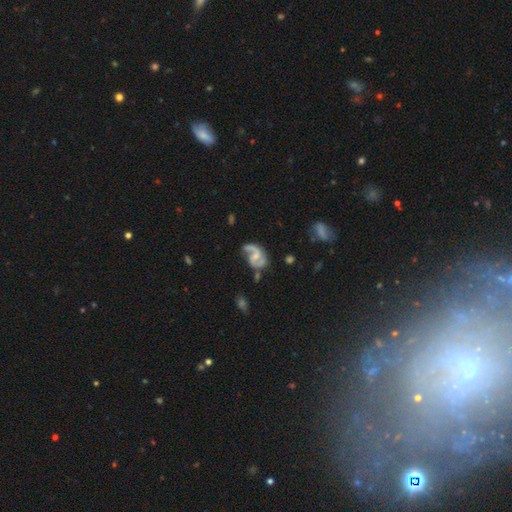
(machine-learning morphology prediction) featured or disk 87%, smooth 8%, star or artifact 5%. Down the decision tree: edge-on disk — no (98%); bar — weak (46%); spiral arms — yes (96%); spiral arm count — 2 (84%); spiral winding — medium (46%); bulge size — small (49%); merging — none (57%).